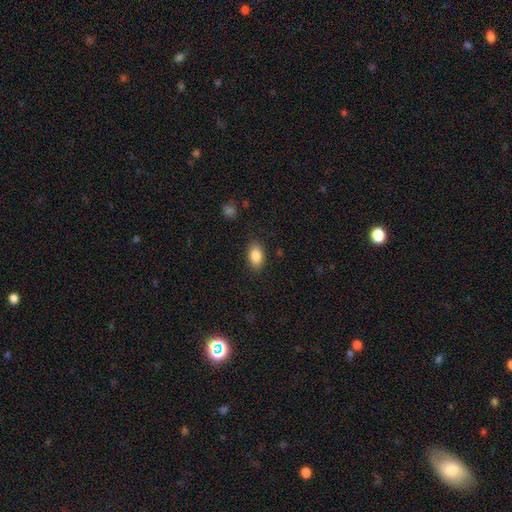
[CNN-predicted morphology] A smooth galaxy with no disk features (86%) that is in between round and cigar-shaped (89%). Merging: none (86%).